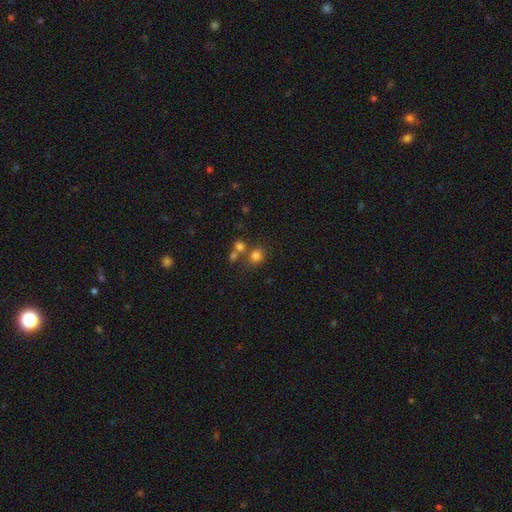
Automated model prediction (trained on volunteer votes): A smooth galaxy with no disk features (74%) that is round (79%). Merging: none (60%).